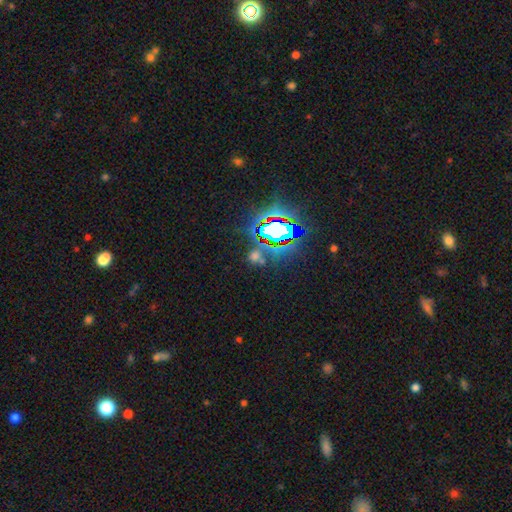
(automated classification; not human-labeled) star or artifact 55%, smooth 35%, featured or disk 11%.